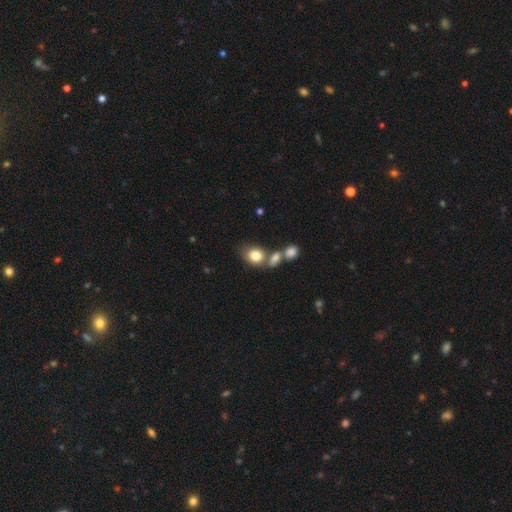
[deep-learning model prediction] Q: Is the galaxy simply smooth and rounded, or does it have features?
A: smooth — 81%.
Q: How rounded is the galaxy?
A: round — 51%.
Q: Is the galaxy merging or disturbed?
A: none — 44%.